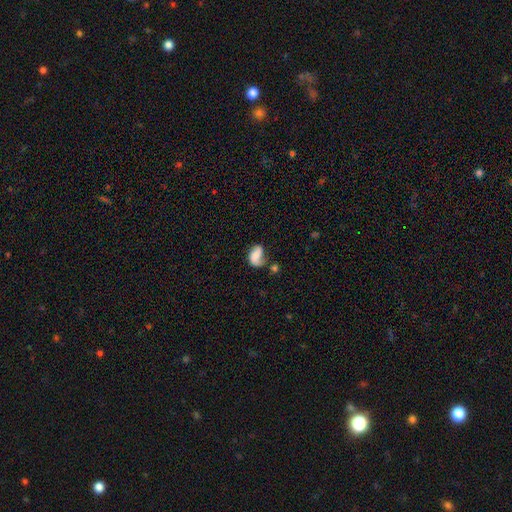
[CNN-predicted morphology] This is possibly a smooth galaxy (53%). How rounded: clearly in between (81%). Merging: marginally none (36%).